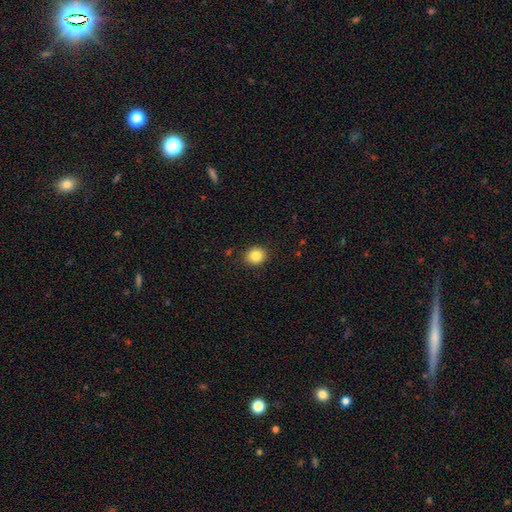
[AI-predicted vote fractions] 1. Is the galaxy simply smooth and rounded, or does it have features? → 84% smooth, 10% star or artifact, 6% featured or disk.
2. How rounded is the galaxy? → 73% round, 26% in between, 1% cigar-shaped.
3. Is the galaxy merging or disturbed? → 89% none, 7% minor disturbance, 2% major disturbance, 1% merger.